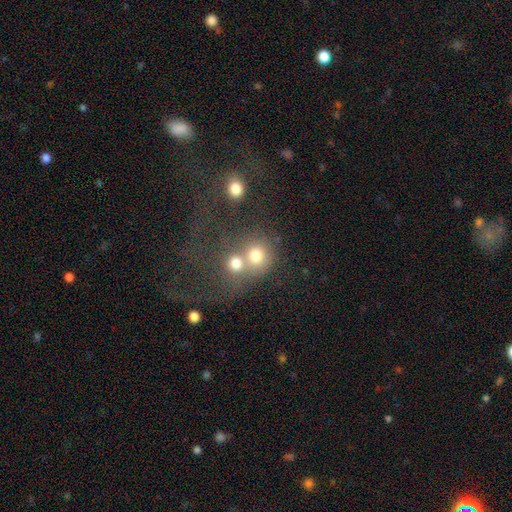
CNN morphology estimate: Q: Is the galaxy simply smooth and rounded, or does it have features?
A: smooth — 71%.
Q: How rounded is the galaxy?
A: round — 82%.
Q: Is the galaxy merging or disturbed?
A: merger — 53%.